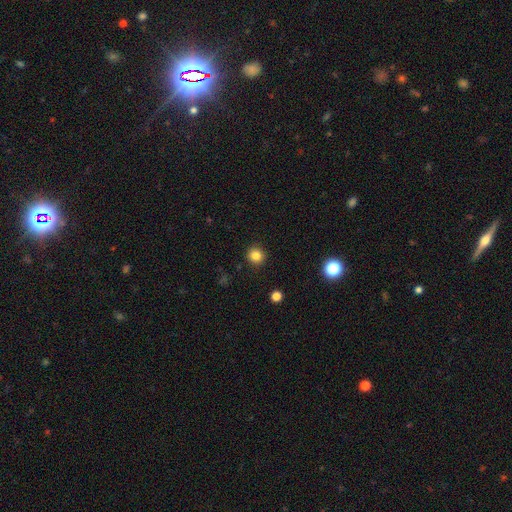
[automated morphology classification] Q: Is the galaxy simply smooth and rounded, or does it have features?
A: smooth — 83%.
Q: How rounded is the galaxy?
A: round — 93%.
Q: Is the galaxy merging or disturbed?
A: none — 92%.